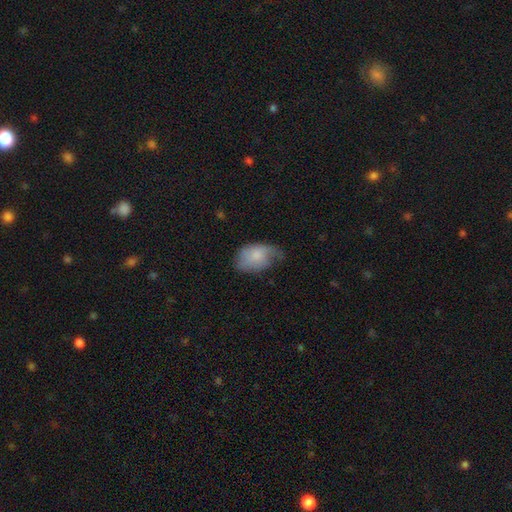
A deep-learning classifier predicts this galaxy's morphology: Overall: smooth (69%). How rounded: in between (89%). Merging: minor disturbance (42%; none 38%).